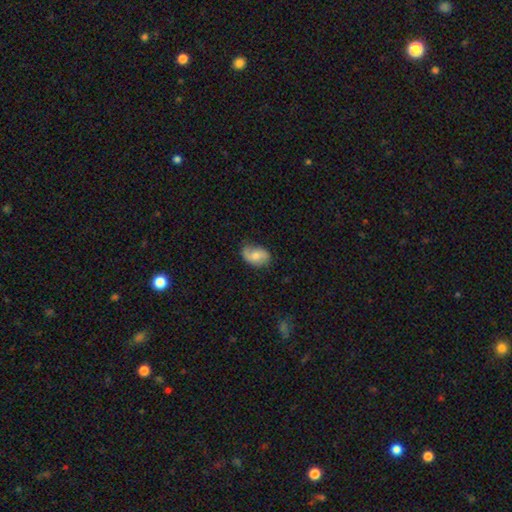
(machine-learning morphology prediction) Smooth or featured? Predicted: smooth (p=0.64). How rounded? Predicted: in between (p=0.86). Merging? Predicted: none (p=0.67).